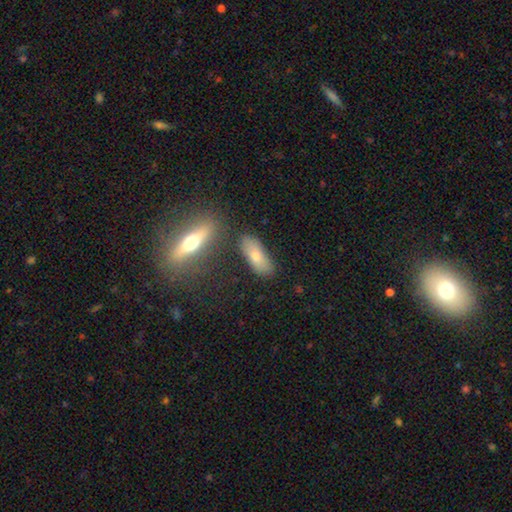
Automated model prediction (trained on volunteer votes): smooth 69%, featured or disk 23%, star or artifact 8%. Down the decision tree: how rounded — in between (72%); merging — none (75%).